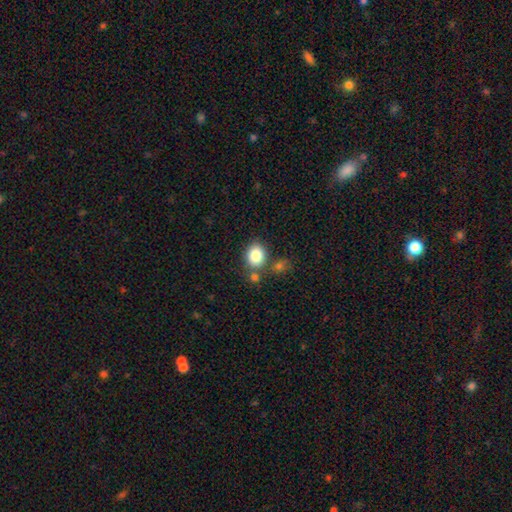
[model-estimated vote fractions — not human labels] This is clearly a smooth galaxy (84%). How rounded: possibly round (50%). Merging: likely none (68%).